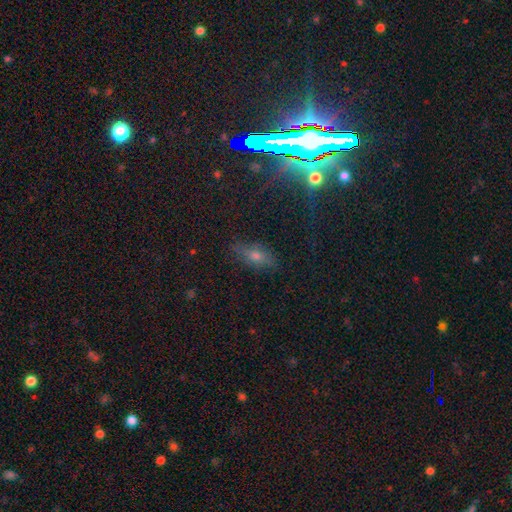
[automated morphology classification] This is marginally a smooth galaxy (44%). Merging: likely none (78%).